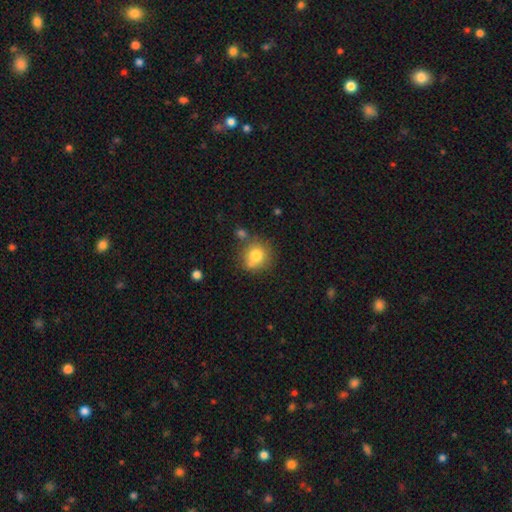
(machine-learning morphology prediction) Smooth or featured? Predicted: smooth (p=0.78). How rounded? Predicted: round (p=0.86). Merging? Predicted: none (p=0.63).